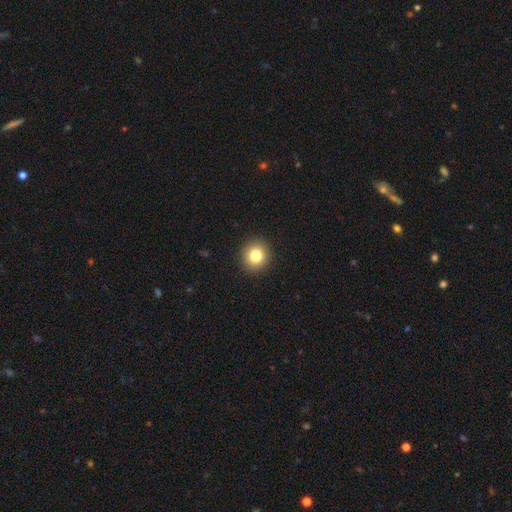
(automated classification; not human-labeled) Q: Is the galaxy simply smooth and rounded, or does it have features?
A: smooth — 82%.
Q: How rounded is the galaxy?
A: round — 88%.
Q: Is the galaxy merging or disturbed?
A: none — 92%.